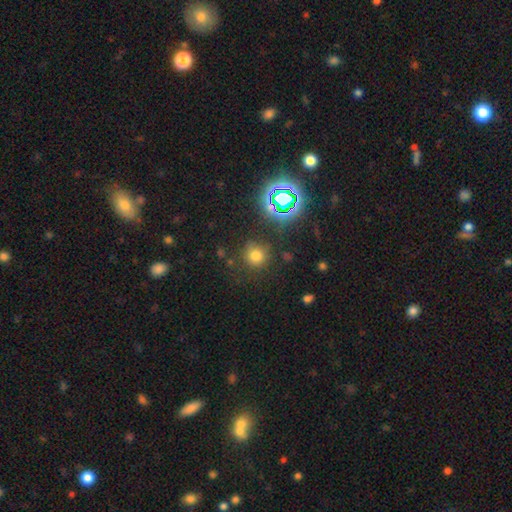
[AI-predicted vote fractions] The model was most divided on "smooth or featured": smooth: 67%, star or artifact: 25%, featured or disk: 8%. More confident: how rounded — round (91%); merging — none (79%).